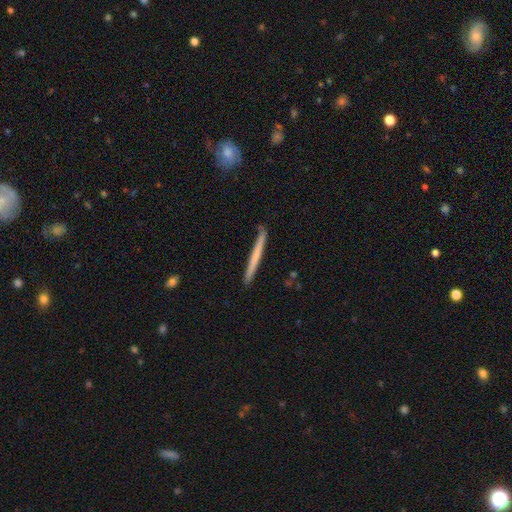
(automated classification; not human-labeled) Smooth or featured?
  - smooth: 54% *
  - featured or disk: 41%
  - star or artifact: 5%
How rounded?
  - cigar-shaped: 97% *
  - in between: 2%
  - round: 1%
Merging?
  - none: 89% *
  - minor disturbance: 8%
  - major disturbance: 1%
  - merger: 1%